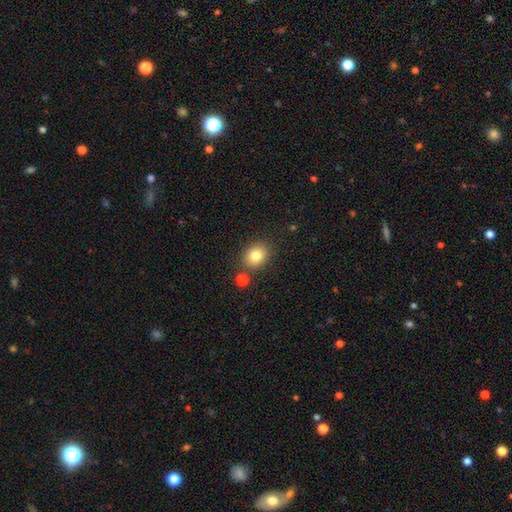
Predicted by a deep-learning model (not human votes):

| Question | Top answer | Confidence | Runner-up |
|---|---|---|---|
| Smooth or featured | smooth | 82% | star or artifact (11%) |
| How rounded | round | 63% | in between (36%) |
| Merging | none | 81% | minor disturbance (10%) |